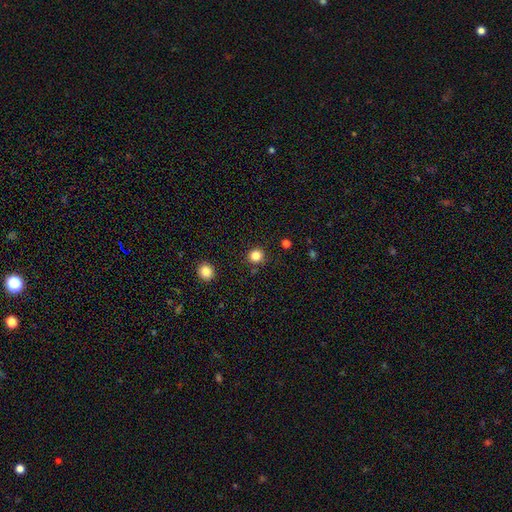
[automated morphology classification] This appears to be a smooth galaxy with no disk features (84%) that is round (92%). Merging: none (88%).